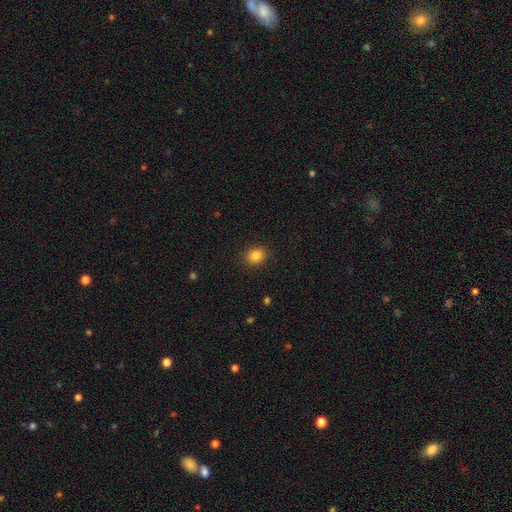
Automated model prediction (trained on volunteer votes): The model was most divided on "how rounded": round: 66%, in between: 33%, cigar-shaped: 1%. More confident: merging — none (90%); smooth or featured — smooth (84%).